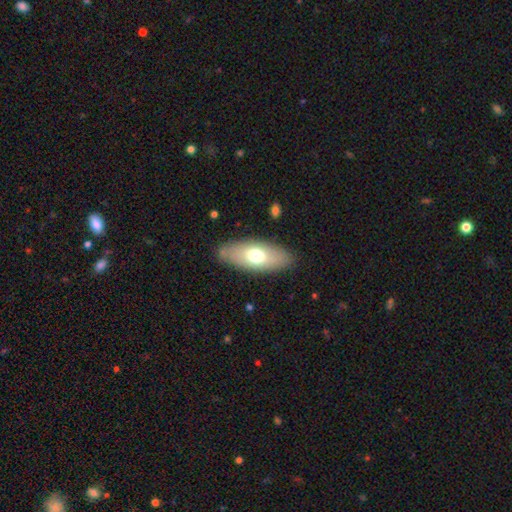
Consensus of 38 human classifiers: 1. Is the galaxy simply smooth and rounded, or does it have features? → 63% smooth, 34% featured or disk, 3% star or artifact.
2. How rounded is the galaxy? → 100% in between, 0% round, 0% cigar-shaped.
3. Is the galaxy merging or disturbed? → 89% none, 8% minor disturbance, 3% major disturbance, 0% merger.